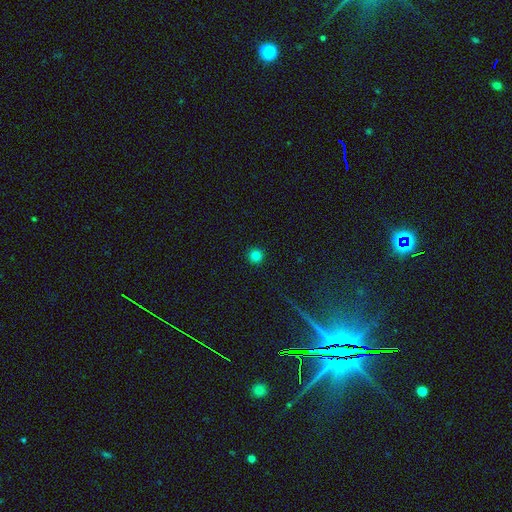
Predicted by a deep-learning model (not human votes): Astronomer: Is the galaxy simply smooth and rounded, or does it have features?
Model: smooth — 81%.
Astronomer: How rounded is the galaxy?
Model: round — 96%.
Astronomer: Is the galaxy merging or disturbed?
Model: none — 93%.